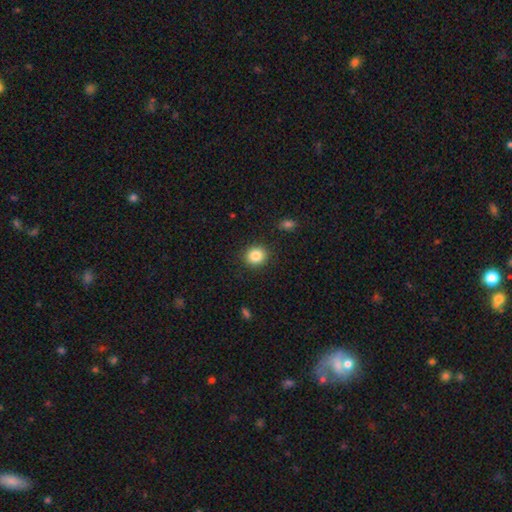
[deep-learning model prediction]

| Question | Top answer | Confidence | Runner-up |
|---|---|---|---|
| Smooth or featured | smooth | 85% | star or artifact (10%) |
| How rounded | round | 82% | in between (17%) |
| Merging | none | 90% | minor disturbance (7%) |